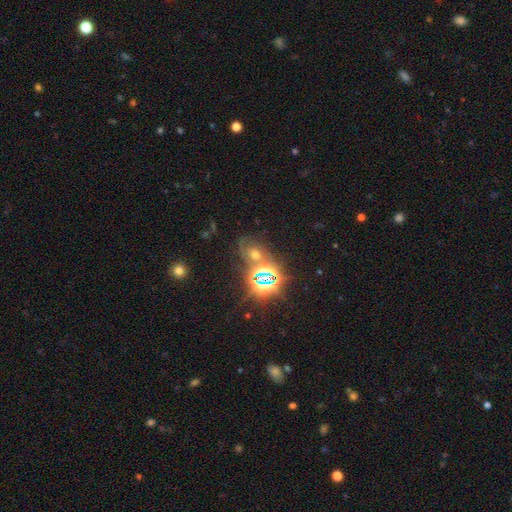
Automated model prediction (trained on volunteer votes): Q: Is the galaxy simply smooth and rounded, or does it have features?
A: star or artifact — 68%.